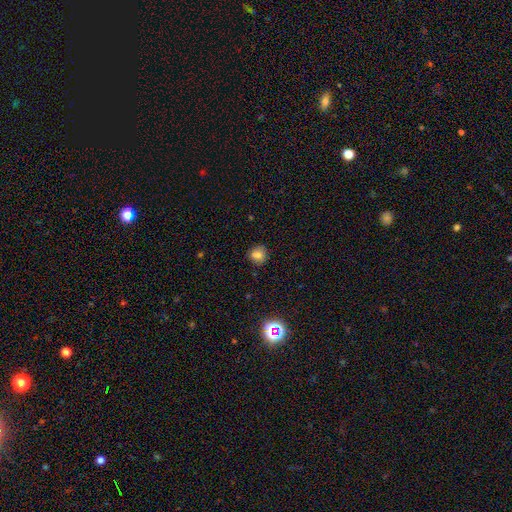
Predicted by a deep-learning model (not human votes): This is likely a smooth galaxy (71%). How rounded: clearly round (86%). Merging: clearly none (84%).